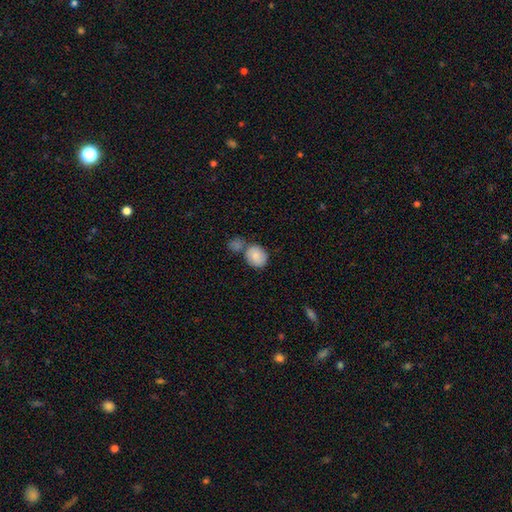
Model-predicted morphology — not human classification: type=smooth (84%); roundness=round (59%); merging=none (48%).